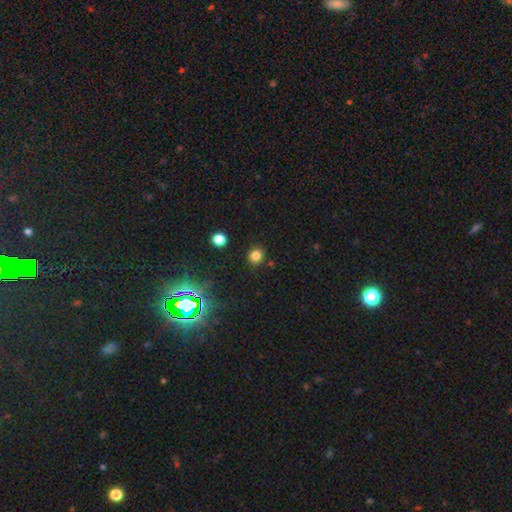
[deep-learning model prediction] smooth-or-featured: smooth: 79% | star or artifact: 17% | featured or disk: 5%
  how-rounded: round: 86% | in between: 13% | cigar-shaped: 1%
  merging: none: 89% | minor disturbance: 6% | merger: 2% | major disturbance: 2%